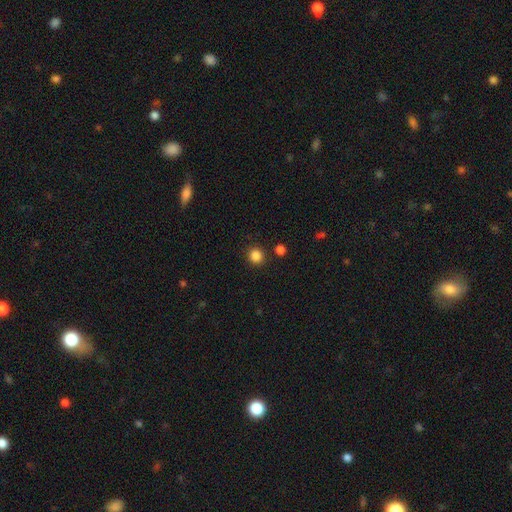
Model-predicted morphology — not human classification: smooth-or-featured: smooth: 85% | star or artifact: 12% | featured or disk: 3%
  how-rounded: round: 91% | in between: 8% | cigar-shaped: 1%
  merging: none: 89% | minor disturbance: 6% | merger: 3% | major disturbance: 2%